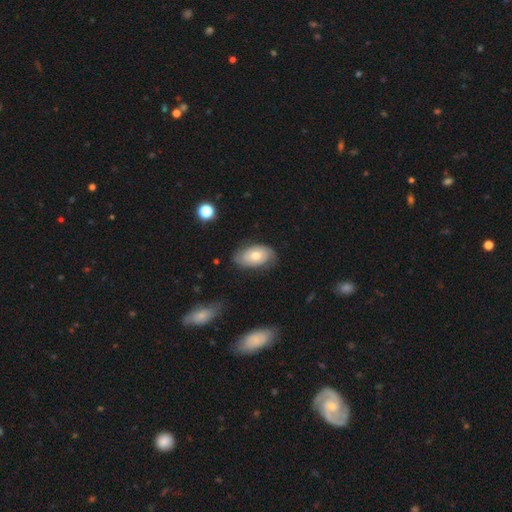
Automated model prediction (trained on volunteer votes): featured or disk 55%, smooth 38%, star or artifact 7%. Down the decision tree: edge-on disk — no (93%); bar — no (80%); spiral arms — yes (74%); bulge size — moderate (72%); merging — none (72%).